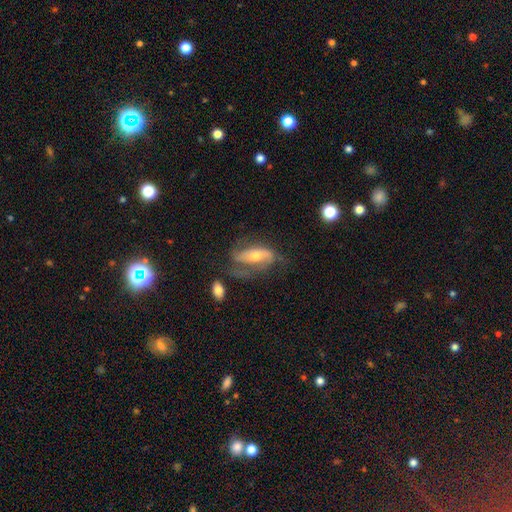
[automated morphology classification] smooth_or_featured: featured or disk (p=0.66) [alt: smooth p=0.26]
disk_edge_on: no (p=0.85) [alt: yes p=0.15]
bar: no (p=0.43) [alt: strong p=0.30]
has_spiral_arms: yes (p=0.80) [alt: no p=0.20]
bulge_size: moderate (p=0.54) [alt: small p=0.39]
merging: none (p=0.46) [alt: minor disturbance p=0.25]